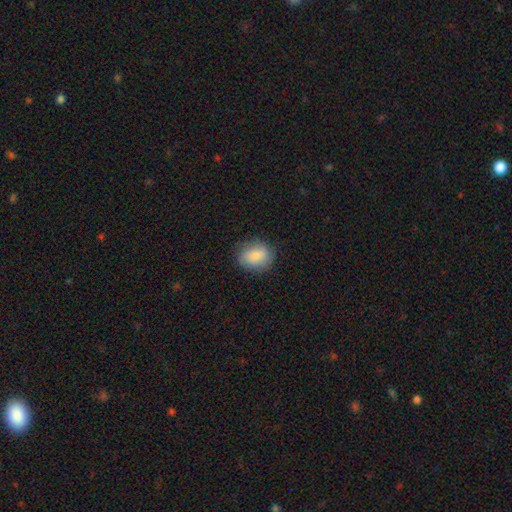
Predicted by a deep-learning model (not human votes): smooth_or_featured: smooth (p=0.83) [alt: featured or disk p=0.10]
how_rounded: round (p=0.50) [alt: in between p=0.49]
merging: none (p=0.81) [alt: minor disturbance p=0.14]